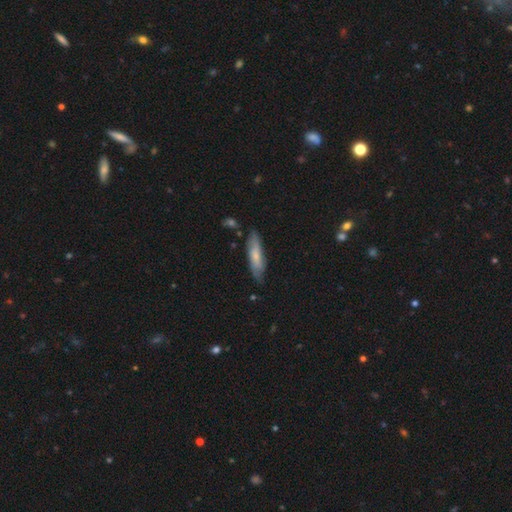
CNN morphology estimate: Smooth or featured? Predicted: smooth (p=0.61). How rounded? Predicted: cigar-shaped (p=0.66). Merging? Predicted: none (p=0.71).